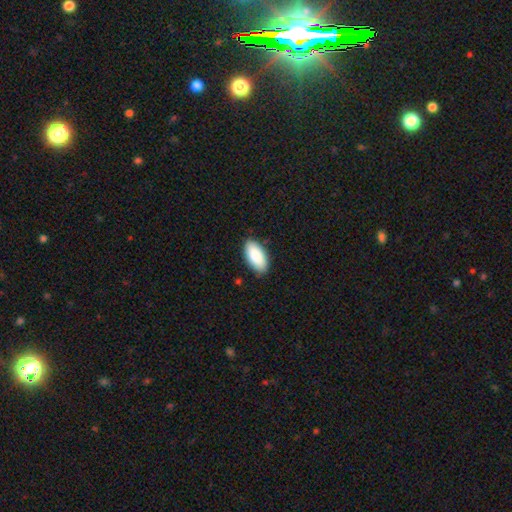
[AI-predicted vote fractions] A smooth galaxy with no disk features (89%) that is in between round and cigar-shaped (94%).

Vote fractions:
- Smooth or featured? smooth: 89% / star or artifact: 6% / featured or disk: 5%
- How rounded? in between: 94% / cigar-shaped: 5% / round: 2%
- Merging? none: 86% / minor disturbance: 11% / major disturbance: 2% / merger: 1%